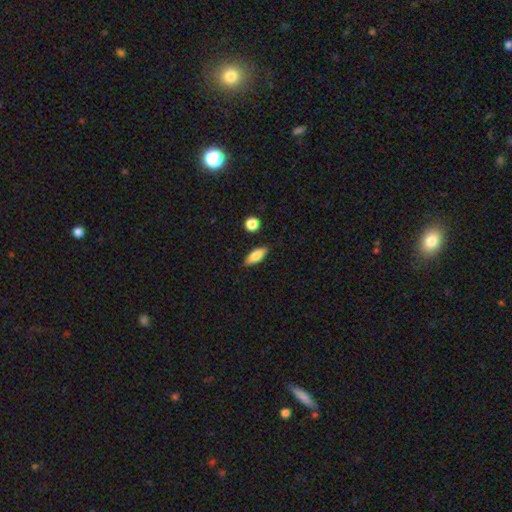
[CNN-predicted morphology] smooth 79%, featured or disk 14%, star or artifact 7%. Down the decision tree: how rounded — in between (75%); merging — none (86%).